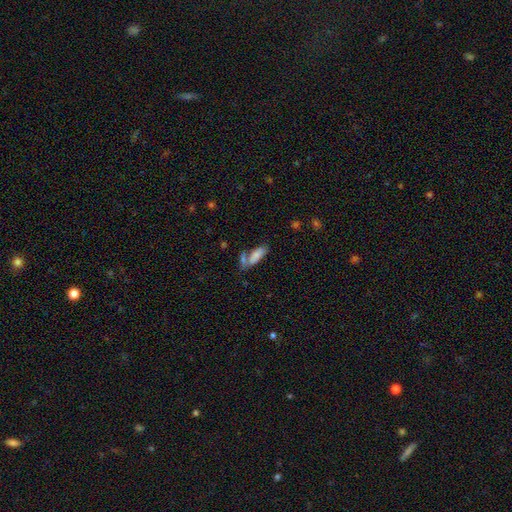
This appears to be a smooth galaxy with no disk features (68%) that is in between round and cigar-shaped (63%). Merging: none (40%, tied with merger).